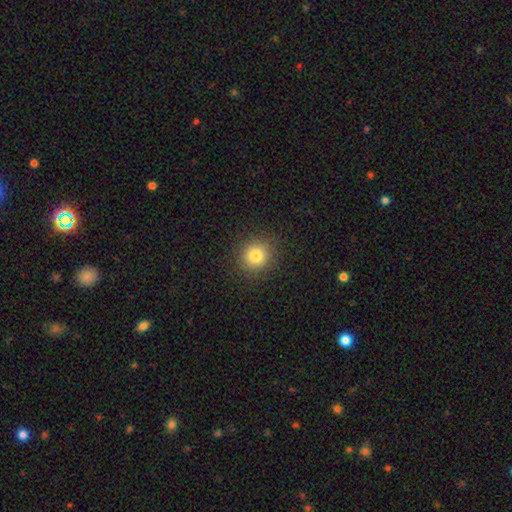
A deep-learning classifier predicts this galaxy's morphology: smooth-or-featured: smooth: 81% | star or artifact: 12% | featured or disk: 6%
  how-rounded: round: 87% | in between: 12% | cigar-shaped: 1%
  merging: none: 90% | minor disturbance: 6% | major disturbance: 2% | merger: 1%